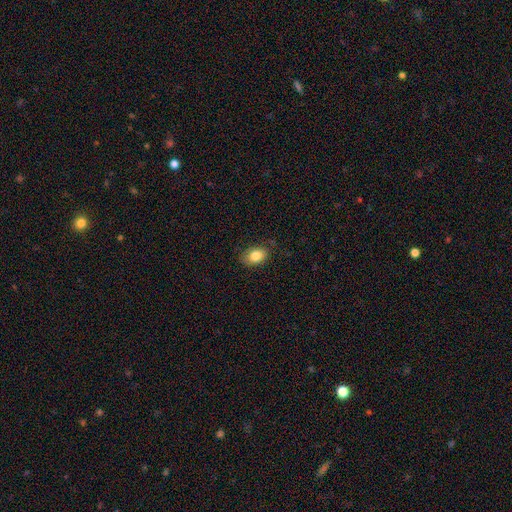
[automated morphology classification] Q: Smooth or featured?
A: smooth (82%); runner-up: featured or disk (10%)
Q: How rounded?
A: in between (79%); runner-up: round (19%)
Q: Merging?
A: none (77%); runner-up: minor disturbance (18%)